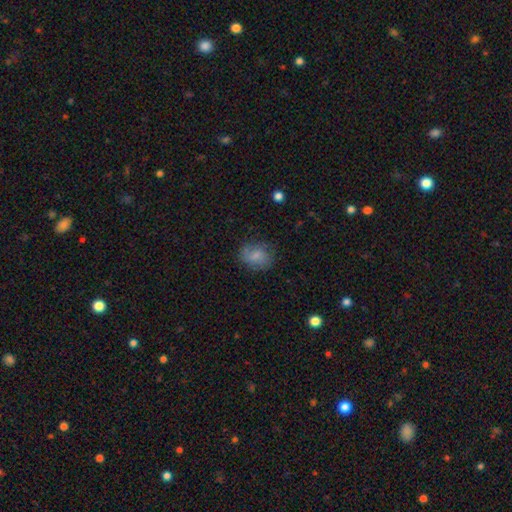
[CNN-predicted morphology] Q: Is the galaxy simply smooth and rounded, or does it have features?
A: smooth — 68%.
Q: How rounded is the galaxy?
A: in between — 53%.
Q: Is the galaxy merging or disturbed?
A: none — 66%.